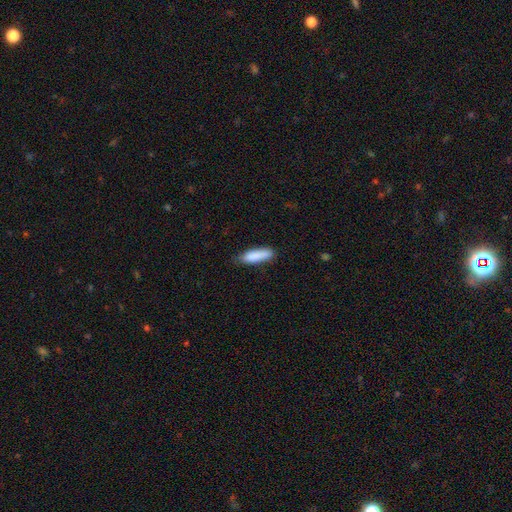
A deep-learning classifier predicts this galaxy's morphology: This is clearly a smooth galaxy (87%). How rounded: possibly cigar-shaped (56%). Merging: likely none (71%).